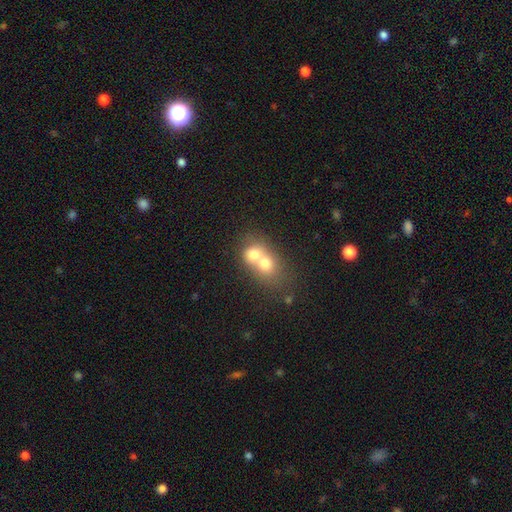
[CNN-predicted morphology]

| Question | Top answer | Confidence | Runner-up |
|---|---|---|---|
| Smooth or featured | smooth | 66% | featured or disk (24%) |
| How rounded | round | 61% | in between (38%) |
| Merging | merger | 74% | none (19%) |